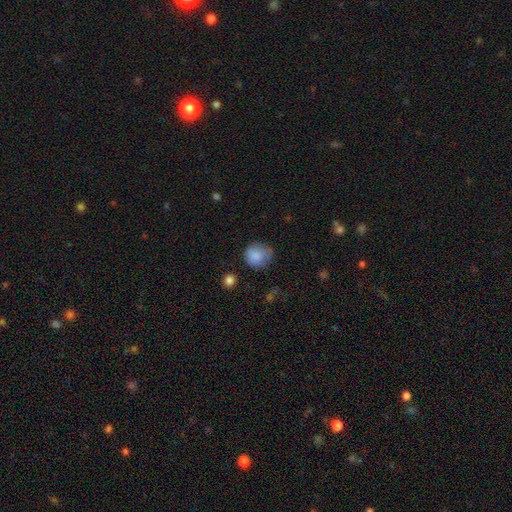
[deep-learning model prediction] The model was most divided on "merging": none: 62%, minor disturbance: 27%, major disturbance: 9%, merger: 2%. More confident: how rounded — round (83%); smooth or featured — smooth (83%).